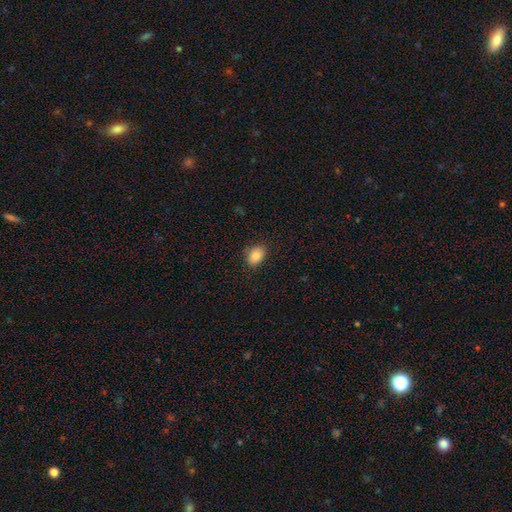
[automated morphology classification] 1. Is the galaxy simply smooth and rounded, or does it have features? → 85% smooth, 9% star or artifact, 6% featured or disk.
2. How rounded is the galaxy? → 76% in between, 23% round, 1% cigar-shaped.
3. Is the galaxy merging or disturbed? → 85% none, 12% minor disturbance, 3% major disturbance, 1% merger.